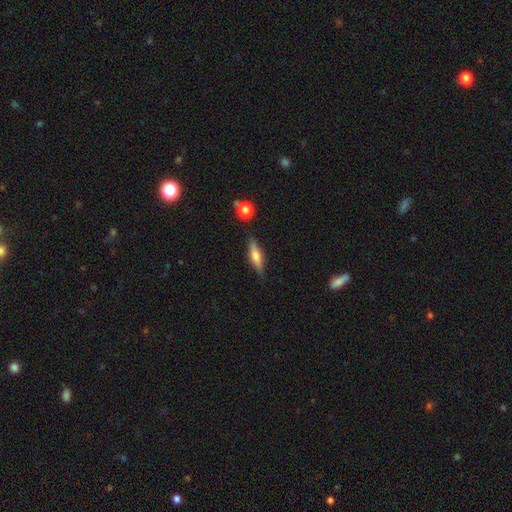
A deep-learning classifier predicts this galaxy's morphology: This appears to be a smooth galaxy with no disk features (52%) that is cigar-shaped (63%). Merging: none (82%).